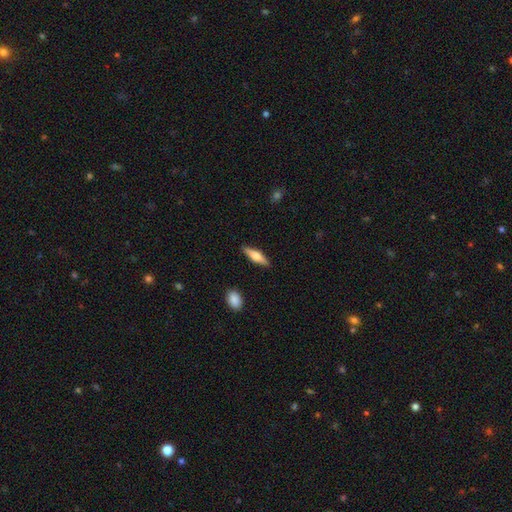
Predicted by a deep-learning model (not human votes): Smooth or featured? smooth (50%)
Merging? none (88%)